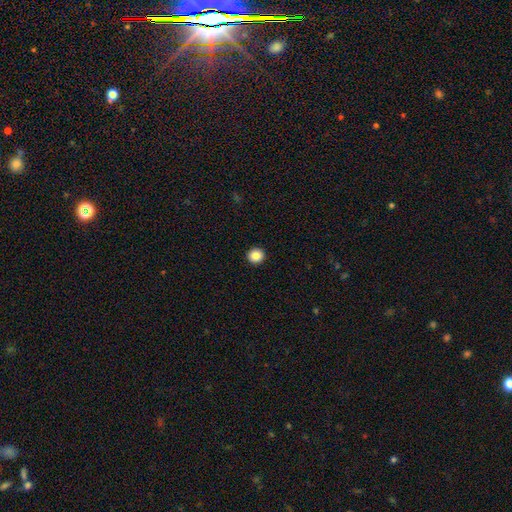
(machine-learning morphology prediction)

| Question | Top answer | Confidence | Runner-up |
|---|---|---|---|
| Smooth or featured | smooth | 87% | star or artifact (10%) |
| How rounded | round | 95% | in between (4%) |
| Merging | none | 94% | minor disturbance (4%) |